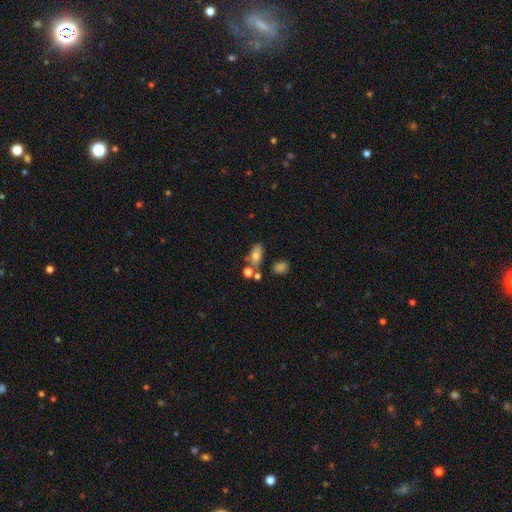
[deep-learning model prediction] smooth-or-featured: smooth: 70% | featured or disk: 19% | star or artifact: 11%
  how-rounded: in between: 82% | round: 10% | cigar-shaped: 8%
  merging: none: 54% | merger: 22% | minor disturbance: 17% | major disturbance: 7%